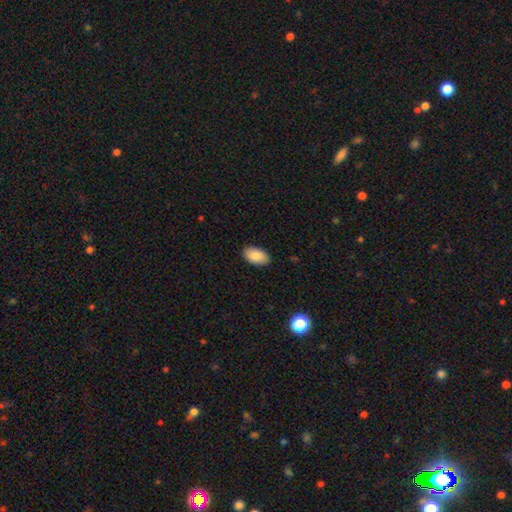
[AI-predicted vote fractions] Overall: smooth (87%). How rounded: in between (94%). Merging: none (88%).